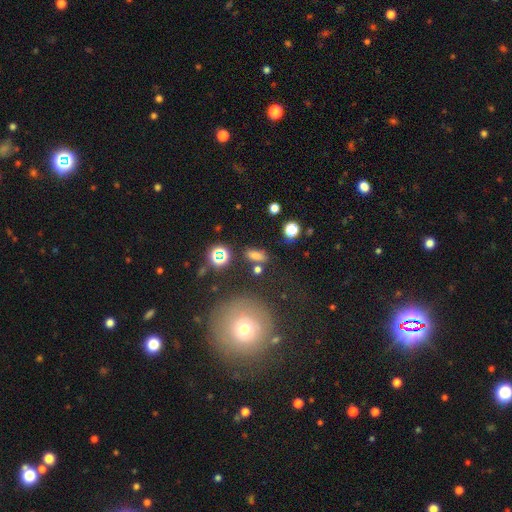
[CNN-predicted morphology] This is likely a smooth galaxy (73%). How rounded: likely in between (73%). Merging: likely none (74%).